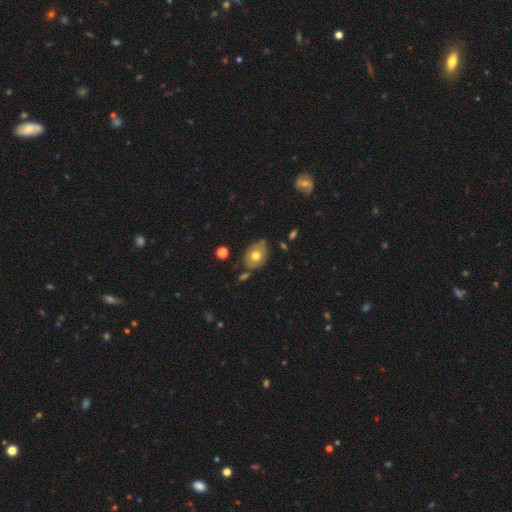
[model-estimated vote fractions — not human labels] Smooth or featured? Predicted: smooth (p=0.70). How rounded? Predicted: in between (p=0.67). Merging? Predicted: none (p=0.71).